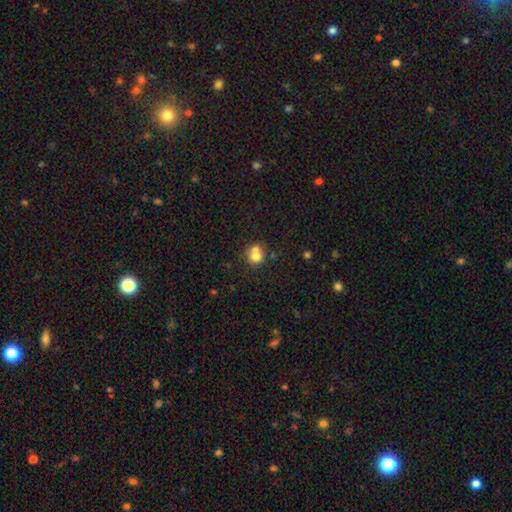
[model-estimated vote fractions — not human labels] Smooth or featured? Predicted: smooth (p=0.72). How rounded? Predicted: round (p=0.83). Merging? Predicted: merger (p=0.47).